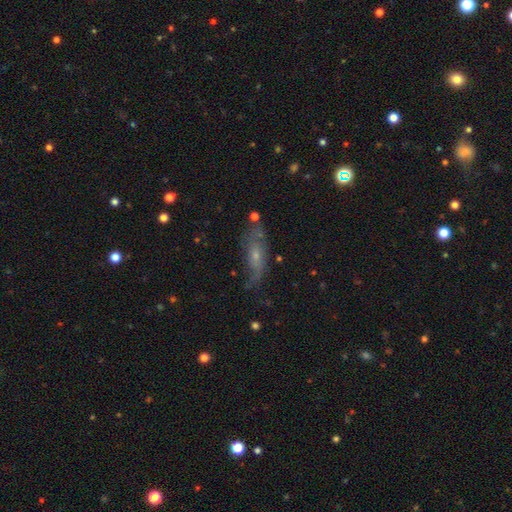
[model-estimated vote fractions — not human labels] Smooth or featured: featured or disk — 53% (smooth — 35%)
Edge-on disk: no — 73% (yes — 27%)
Merging: none — 57% (minor disturbance — 26%)